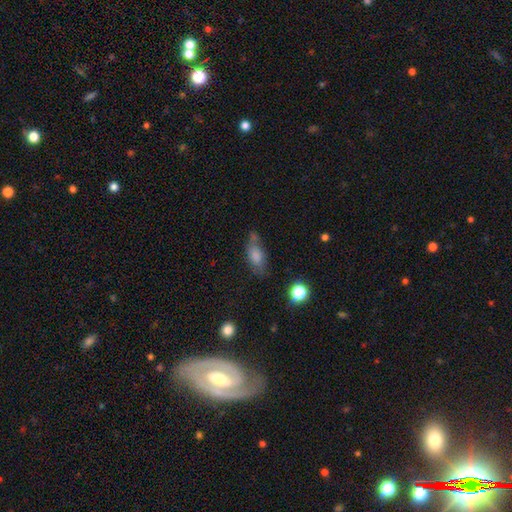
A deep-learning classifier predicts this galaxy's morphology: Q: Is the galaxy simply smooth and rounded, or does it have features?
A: smooth — 74%.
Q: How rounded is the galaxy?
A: in between — 82%.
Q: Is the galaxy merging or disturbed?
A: none — 54%.